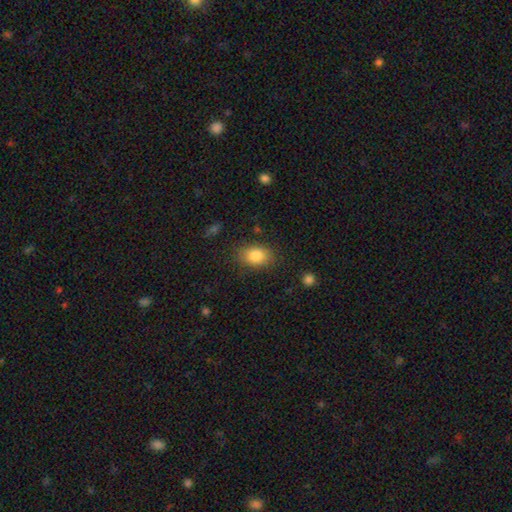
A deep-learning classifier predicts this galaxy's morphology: A smooth galaxy with no disk features (84%) that is in between round and cigar-shaped (80%). Merging: none (83%).